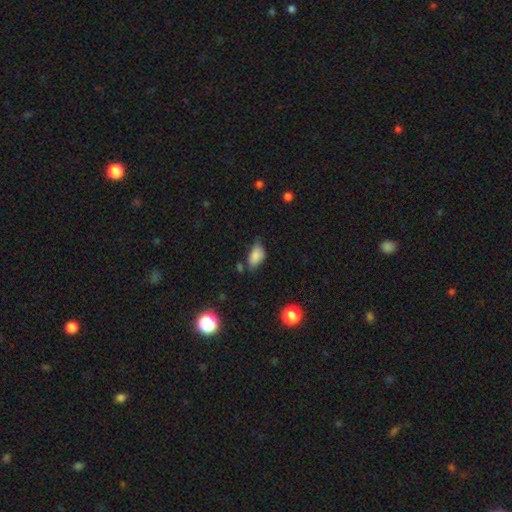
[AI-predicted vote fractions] This appears to be a smooth galaxy with no disk features (83%) that is in between round and cigar-shaped (90%). Merging: none (56%).